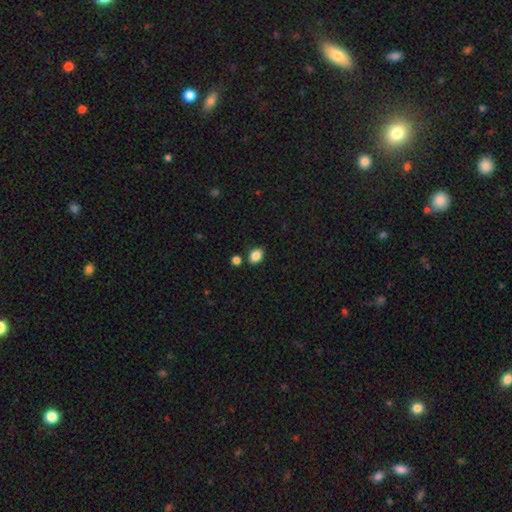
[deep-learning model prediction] smooth-or-featured: smooth: 86% | star or artifact: 10% | featured or disk: 4%
  how-rounded: in between: 69% | round: 30% | cigar-shaped: 1%
  merging: none: 80% | minor disturbance: 11% | merger: 6% | major disturbance: 3%